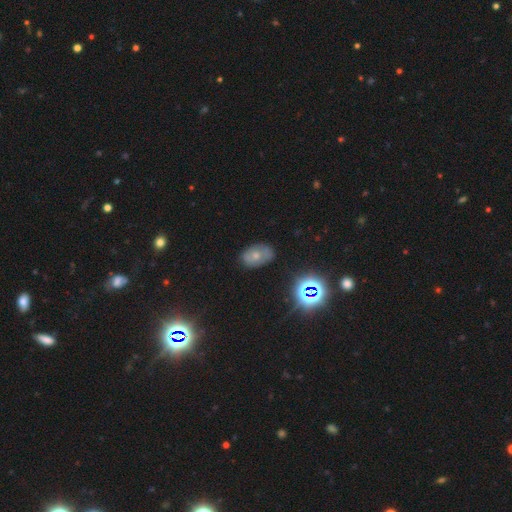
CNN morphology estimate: This appears to be a smooth galaxy with no disk features (54%) that is in between round and cigar-shaped (84%). Merging: none (73%).